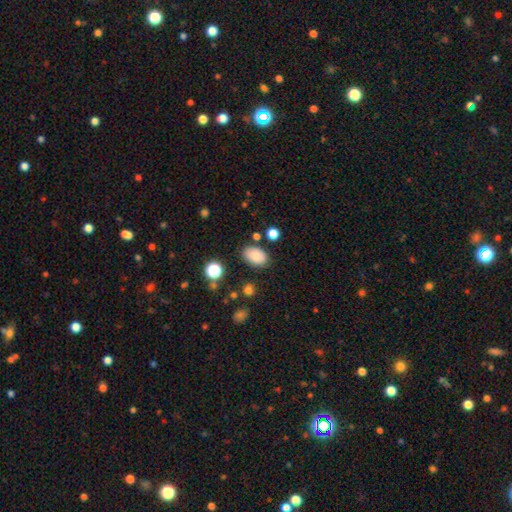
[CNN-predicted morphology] Q: Smooth or featured?
A: smooth (84%); runner-up: star or artifact (10%)
Q: How rounded?
A: in between (86%); runner-up: round (13%)
Q: Merging?
A: none (80%); runner-up: minor disturbance (13%)